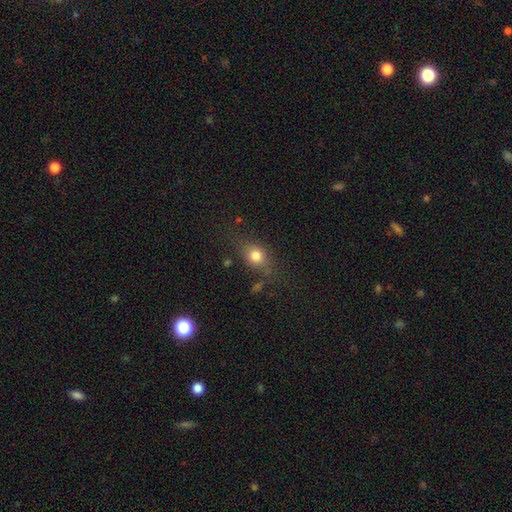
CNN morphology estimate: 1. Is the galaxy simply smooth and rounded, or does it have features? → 75% smooth, 13% star or artifact, 12% featured or disk.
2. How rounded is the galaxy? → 52% round, 44% in between, 4% cigar-shaped.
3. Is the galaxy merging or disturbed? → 67% none, 20% minor disturbance, 10% major disturbance, 3% merger.